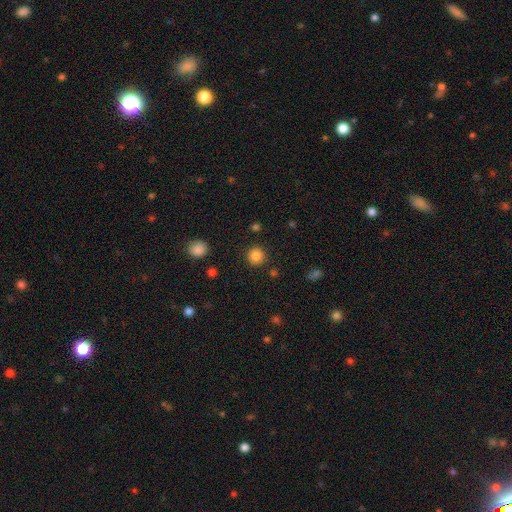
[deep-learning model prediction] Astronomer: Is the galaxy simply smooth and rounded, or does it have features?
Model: smooth — 85%.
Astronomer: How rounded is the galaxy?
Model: round — 93%.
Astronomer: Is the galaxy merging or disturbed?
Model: none — 90%.